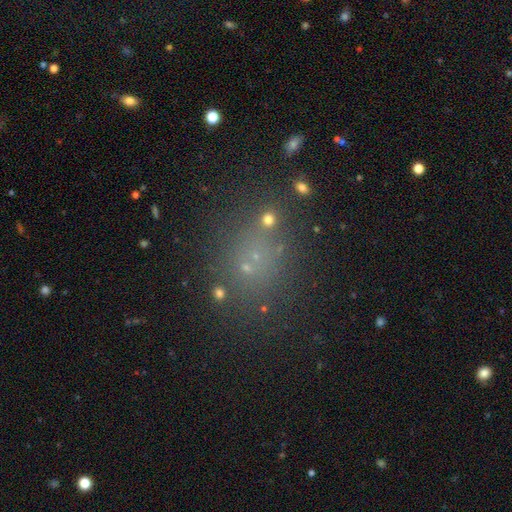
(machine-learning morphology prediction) This is possibly a smooth galaxy (52%). How rounded: likely round (68%). Merging: likely none (76%).